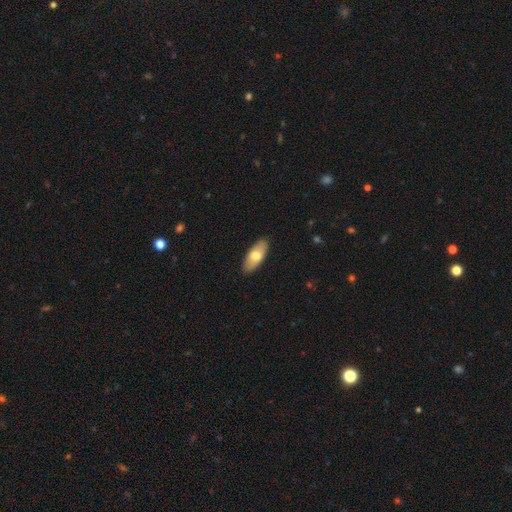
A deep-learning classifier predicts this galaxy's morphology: Smooth or featured: smooth — 72% (featured or disk — 23%)
How rounded: in between — 84% (cigar-shaped — 14%)
Merging: none — 89% (minor disturbance — 8%)